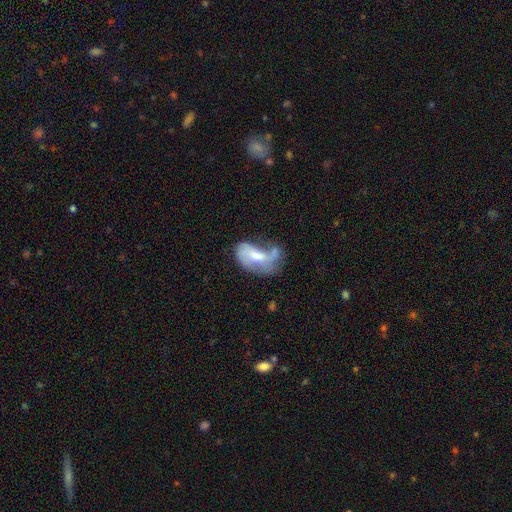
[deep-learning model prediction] Overall: featured or disk (56%; smooth 36%). Edge-on disk: no (95%). Bar: no (52%; weak 37%). Spiral arms: yes (56%; no 44%). Bulge size: moderate (51%; small 30%). Merging: major disturbance (35%; none 23%).